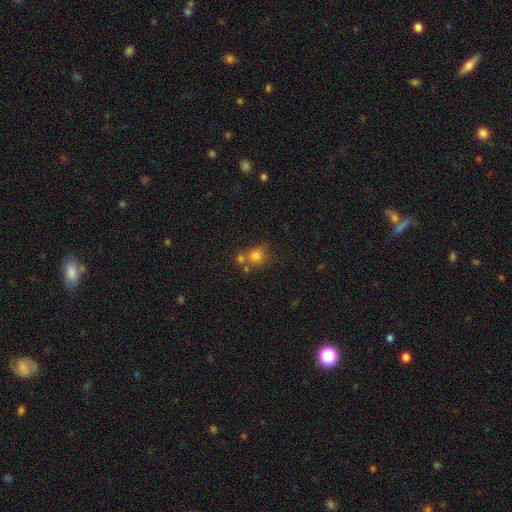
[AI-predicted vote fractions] A smooth galaxy with no disk features (77%) that is round (82%).

Vote fractions:
- Smooth or featured? smooth: 77% / star or artifact: 13% / featured or disk: 10%
- How rounded? round: 82% / in between: 17% / cigar-shaped: 1%
- Merging? none: 49% / merger: 33% / minor disturbance: 12% / major disturbance: 6%